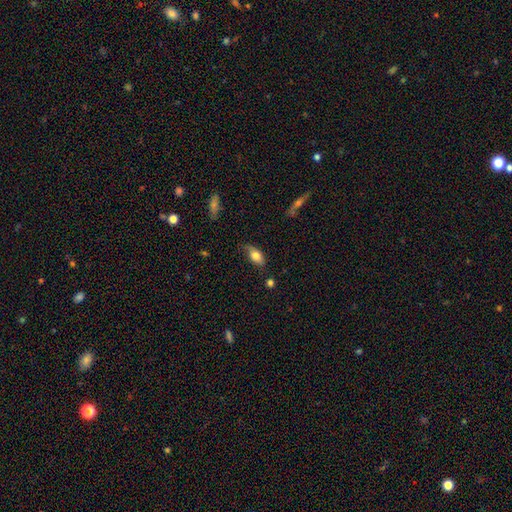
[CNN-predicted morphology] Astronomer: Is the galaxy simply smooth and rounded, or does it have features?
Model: smooth — 77%.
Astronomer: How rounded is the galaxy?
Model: in between — 87%.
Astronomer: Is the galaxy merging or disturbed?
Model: none — 59%.